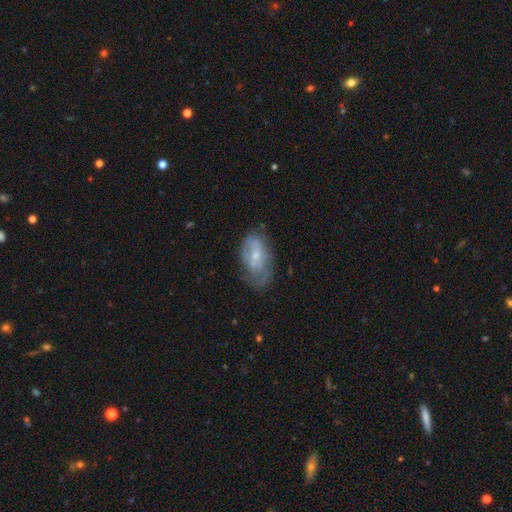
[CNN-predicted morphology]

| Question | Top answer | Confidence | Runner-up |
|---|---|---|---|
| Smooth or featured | featured or disk | 51% | smooth (41%) |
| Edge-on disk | no | 93% | yes (7%) |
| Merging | none | 47% | minor disturbance (32%) |